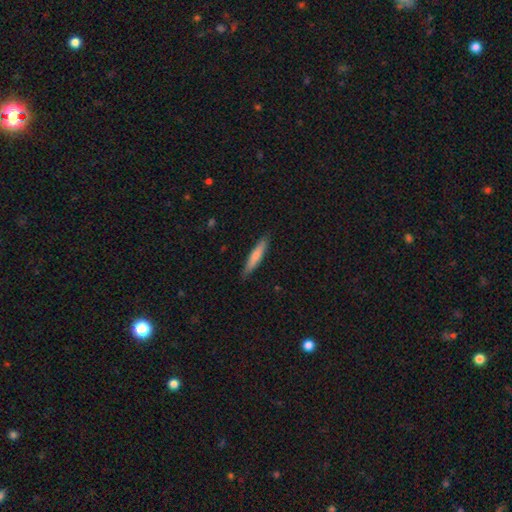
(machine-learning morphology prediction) Smooth or featured: smooth — 74% (featured or disk — 20%)
How rounded: cigar-shaped — 90% (in between — 8%)
Merging: none — 87% (minor disturbance — 10%)